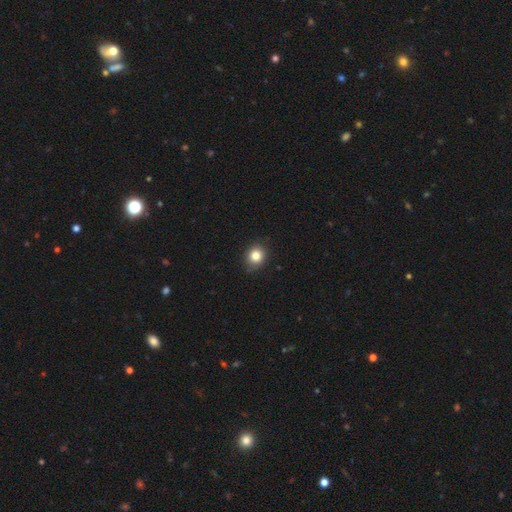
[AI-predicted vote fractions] smooth 83%, star or artifact 10%, featured or disk 6%. Down the decision tree: how rounded — round (72%); merging — none (86%).